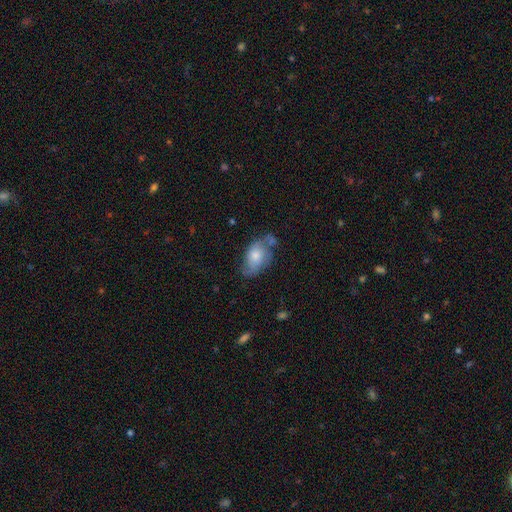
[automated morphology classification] A smooth galaxy with no disk features (60%) that is in between round and cigar-shaped (90%).

Vote fractions:
- Smooth or featured? smooth: 60% / featured or disk: 33% / star or artifact: 7%
- How rounded? in between: 90% / round: 8% / cigar-shaped: 2%
- Merging? none: 44% / minor disturbance: 31% / major disturbance: 15% / merger: 10%